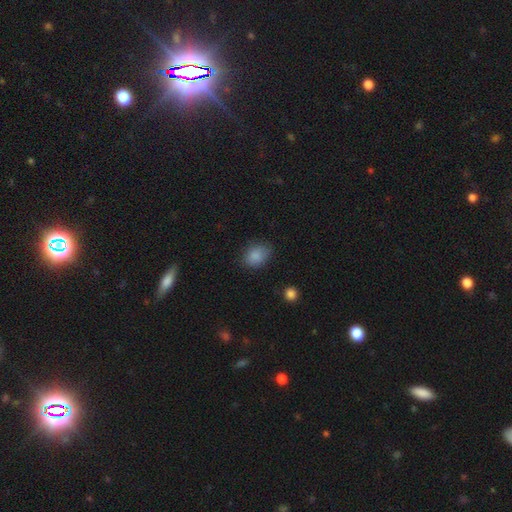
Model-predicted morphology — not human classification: smooth-or-featured: smooth: 86% | star or artifact: 9% | featured or disk: 5%
  how-rounded: in between: 64% | round: 35% | cigar-shaped: 1%
  merging: none: 76% | minor disturbance: 18% | major disturbance: 4% | merger: 1%